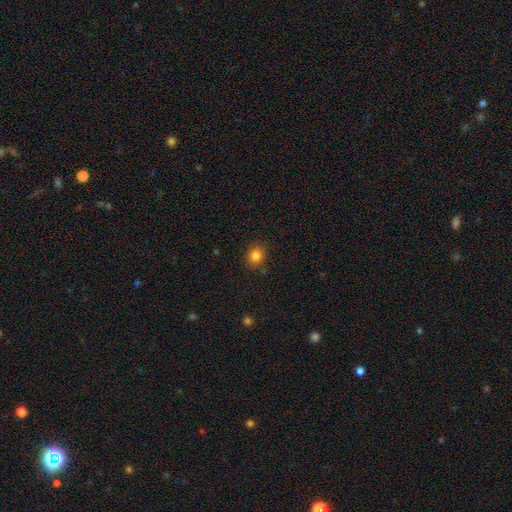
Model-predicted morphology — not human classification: Smooth or featured? Predicted: smooth (p=0.82). How rounded? Predicted: round (p=0.78). Merging? Predicted: none (p=0.88).